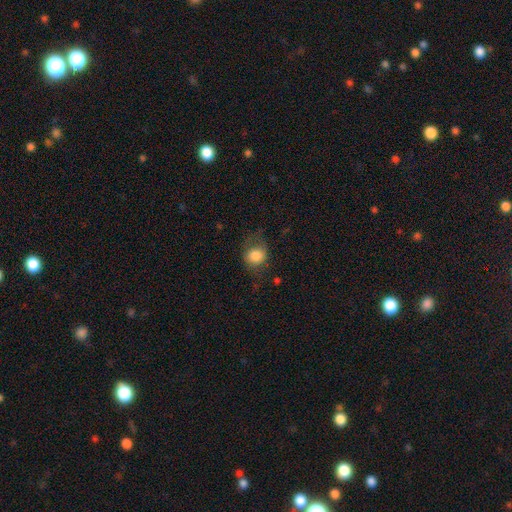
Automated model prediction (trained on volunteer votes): This appears to be a smooth galaxy with no disk features (79%) that is round (66%). Merging: none (55%).